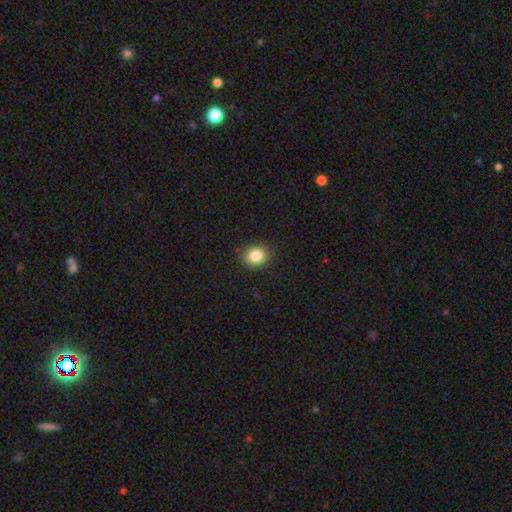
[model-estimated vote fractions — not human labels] Smooth or featured?
  - smooth: 85% *
  - star or artifact: 10%
  - featured or disk: 5%
How rounded?
  - round: 64% *
  - in between: 35%
  - cigar-shaped: 1%
Merging?
  - none: 88% *
  - minor disturbance: 9%
  - major disturbance: 2%
  - merger: 1%